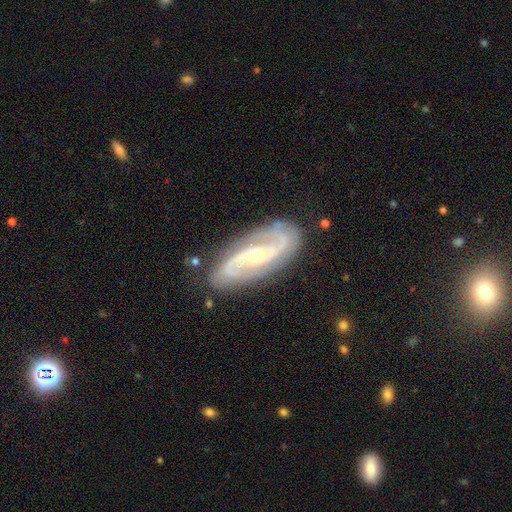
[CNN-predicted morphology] featured or disk 89%, smooth 6%, star or artifact 5%. Down the decision tree: edge-on disk — no (93%); bar — no (40%); spiral arms — yes (97%); spiral arm count — 2 (85%); spiral winding — medium (47%); bulge size — small (51%); merging — none (81%).